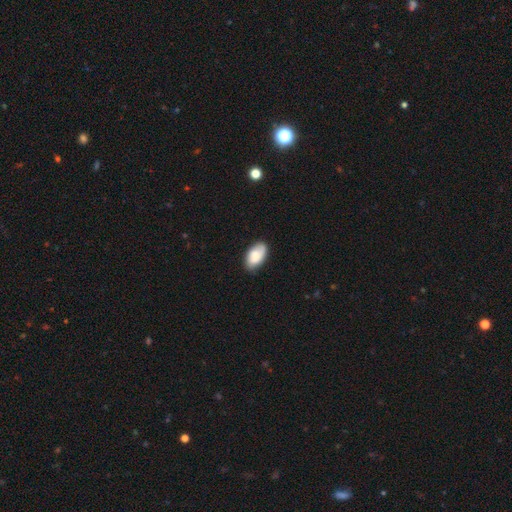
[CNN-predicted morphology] Smooth or featured?
  - smooth: 78% *
  - featured or disk: 16%
  - star or artifact: 7%
How rounded?
  - in between: 95% *
  - round: 4%
  - cigar-shaped: 2%
Merging?
  - none: 79% *
  - minor disturbance: 17%
  - major disturbance: 3%
  - merger: 1%